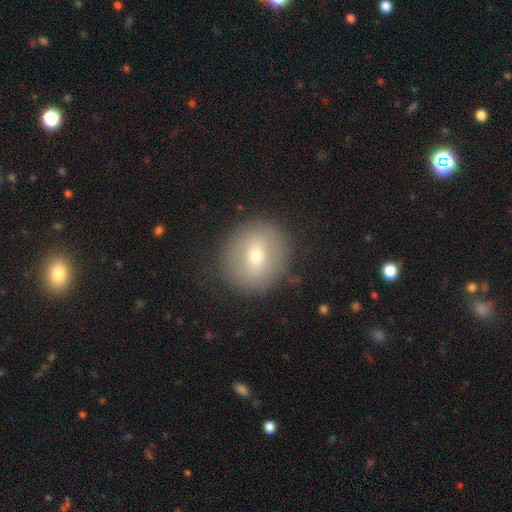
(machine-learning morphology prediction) smooth 59%, featured or disk 31%, star or artifact 10%. Down the decision tree: how rounded — round (88%); merging — none (86%).